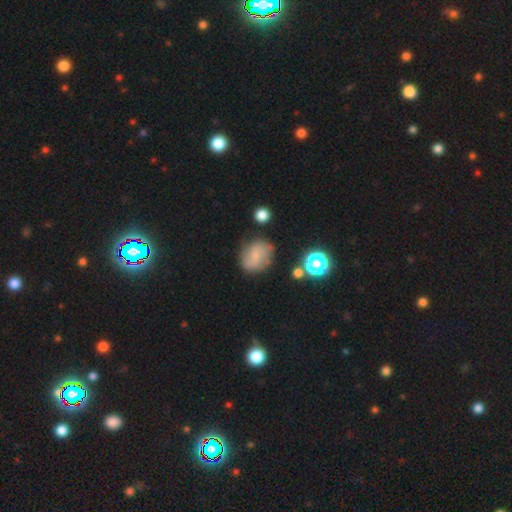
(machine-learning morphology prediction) smooth-or-featured: smooth: 50% | featured or disk: 38% | star or artifact: 12%
  how-rounded: round: 56% | in between: 43% | cigar-shaped: 1%
  merging: none: 67% | minor disturbance: 21% | major disturbance: 7% | merger: 5%